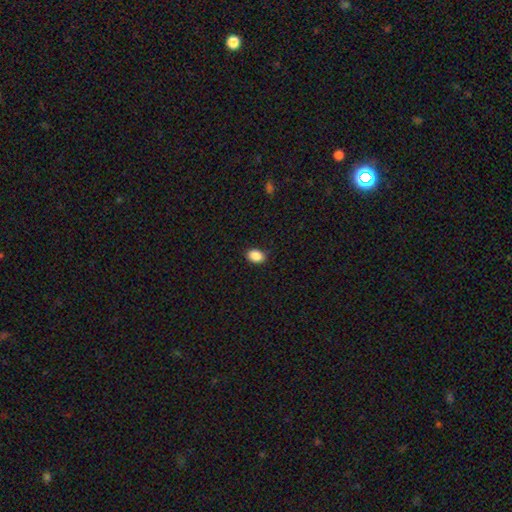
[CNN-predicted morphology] Smooth or featured? Predicted: smooth (p=0.88). How rounded? Predicted: in between (p=0.77). Merging? Predicted: none (p=0.87).